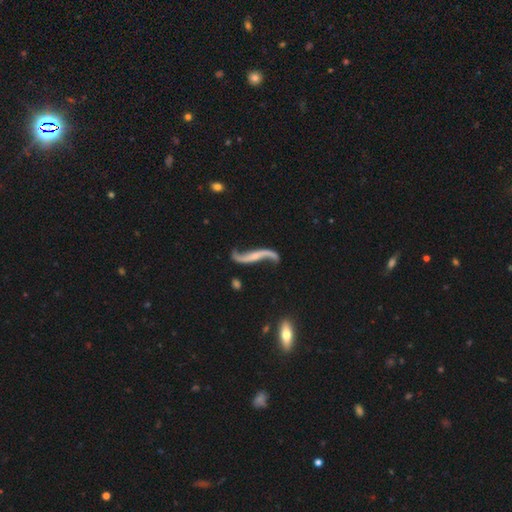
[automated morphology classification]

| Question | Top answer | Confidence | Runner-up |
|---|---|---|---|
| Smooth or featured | featured or disk | 88% | smooth (6%) |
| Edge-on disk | no | 84% | yes (16%) |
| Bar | no | 54% | weak (28%) |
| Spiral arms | yes | 95% | no (5%) |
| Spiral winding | loose | 95% | medium (3%) |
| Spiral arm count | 2 | 93% | 1 (2%) |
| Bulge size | small | 48% | none (35%) |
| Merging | none | 69% | minor disturbance (17%) |